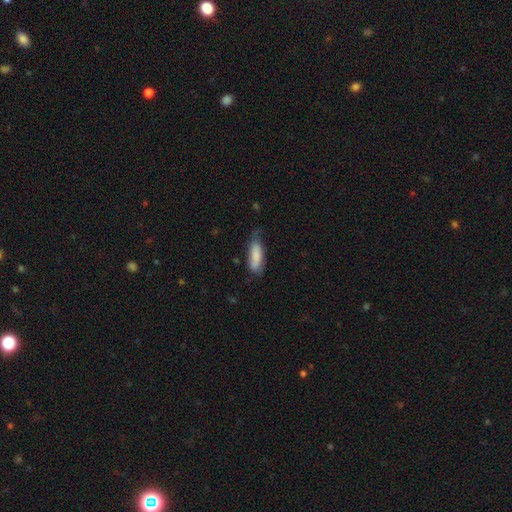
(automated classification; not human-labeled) Morphology: type=smooth (81%); roundness=in between (59%); merging=none (49%).